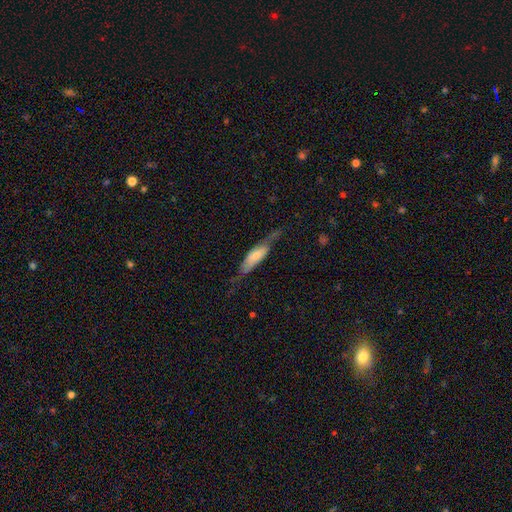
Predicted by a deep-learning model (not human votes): A smooth galaxy with no disk features (51%) that is cigar-shaped (50%).

Vote fractions:
- Smooth or featured? smooth: 51% / featured or disk: 42% / star or artifact: 6%
- How rounded? cigar-shaped: 50% / in between: 47% / round: 2%
- Merging? none: 46% / minor disturbance: 31% / major disturbance: 21% / merger: 3%